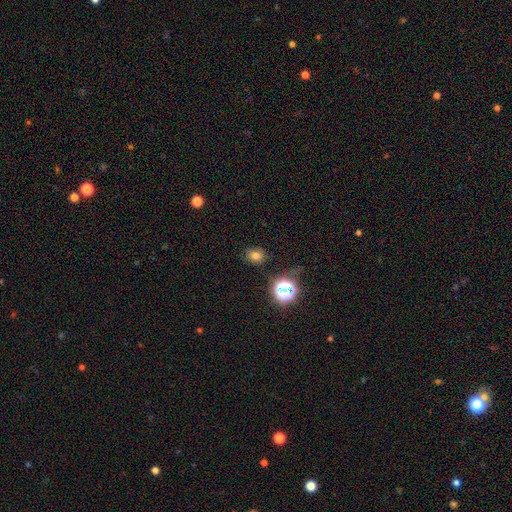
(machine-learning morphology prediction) Q: Smooth or featured?
A: smooth (73%); runner-up: star or artifact (20%)
Q: How rounded?
A: in between (50%); runner-up: round (49%)
Q: Merging?
A: none (80%); runner-up: minor disturbance (14%)